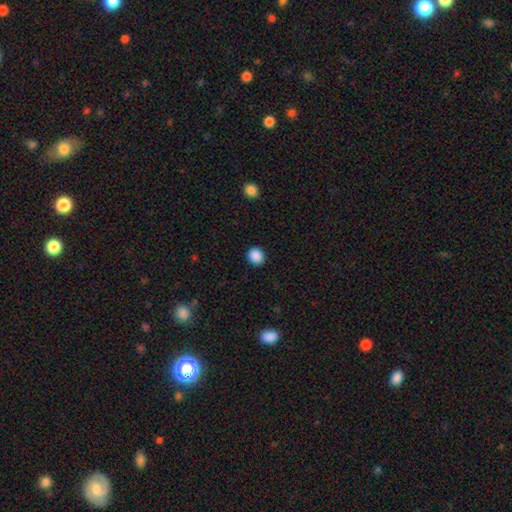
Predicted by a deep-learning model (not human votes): Smooth or featured? smooth (89%)
How rounded? round (83%)
Merging? none (91%)